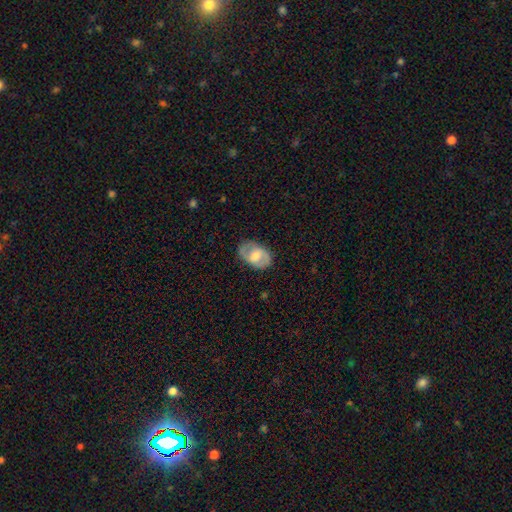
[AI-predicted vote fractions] A featured or disk galaxy (59%) with a weak bar (45%), spiral arms (69%) and a moderate central bulge (59%).

Vote fractions:
- Smooth or featured? featured or disk: 59% / smooth: 35% / star or artifact: 6%
- Edge-on disk? no: 95% / yes: 5%
- Bar? weak: 45% / no: 39% / strong: 15%
- Spiral arms? yes: 69% / no: 31%
- Bulge size? moderate: 59% / small: 18% / large: 18% / none: 4% / dominant: 2%
- Merging? none: 81% / minor disturbance: 14% / major disturbance: 4% / merger: 1%